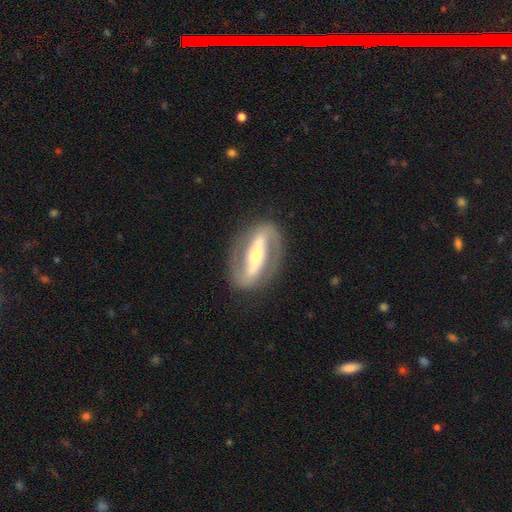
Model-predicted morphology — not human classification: smooth_or_featured: featured or disk (p=0.83) [alt: smooth p=0.12]
disk_edge_on: no (p=0.89) [alt: yes p=0.11]
bar: strong (p=0.77) [alt: weak p=0.13]
has_spiral_arms: yes (p=0.81) [alt: no p=0.19]
spiral_winding: medium (p=0.42) [alt: tight p=0.35]
spiral_arm_count: 2 (p=0.89) [alt: can't tell p=0.05]
bulge_size: moderate (p=0.49) [alt: small p=0.40]
merging: none (p=0.84) [alt: minor disturbance p=0.10]